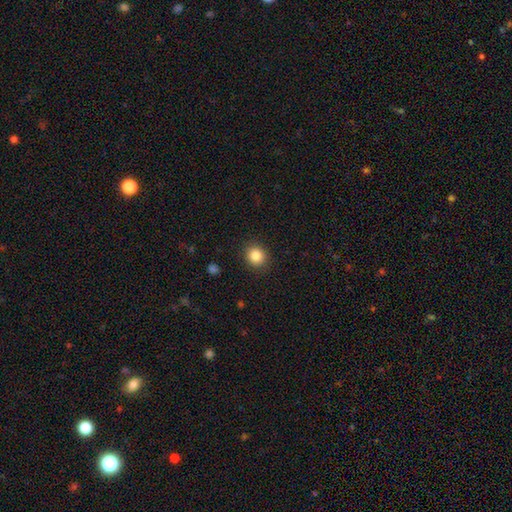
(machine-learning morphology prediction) Smooth or featured? smooth (85%)
How rounded? round (87%)
Merging? none (91%)